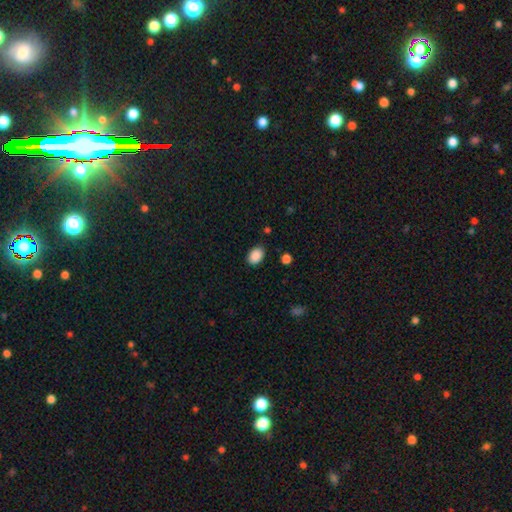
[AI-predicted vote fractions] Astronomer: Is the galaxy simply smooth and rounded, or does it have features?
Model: smooth — 89%.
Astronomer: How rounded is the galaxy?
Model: in between — 78%.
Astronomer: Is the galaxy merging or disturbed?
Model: none — 85%.